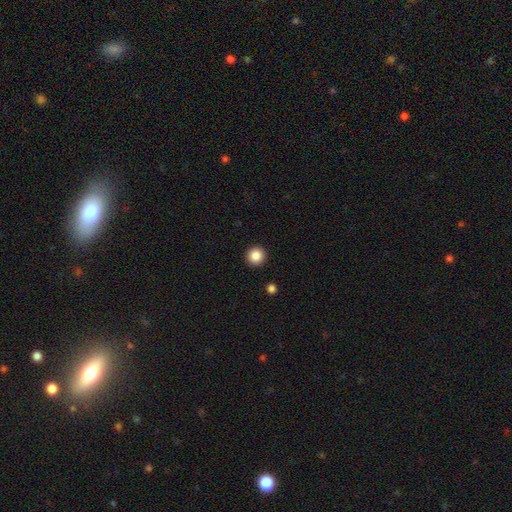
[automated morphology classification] Smooth or featured? Predicted: smooth (p=0.87). How rounded? Predicted: round (p=0.95). Merging? Predicted: none (p=0.93).